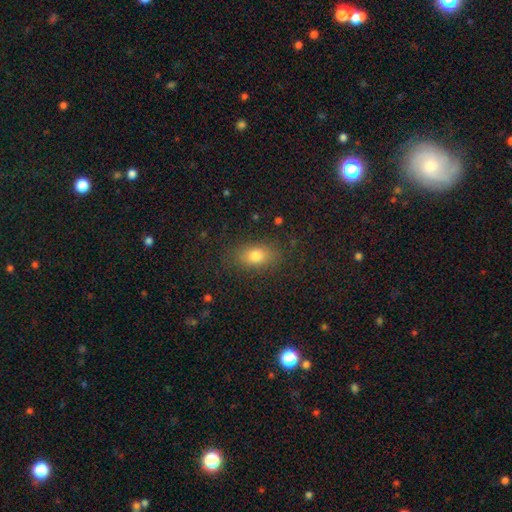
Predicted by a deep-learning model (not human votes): Morphology: type=smooth (79%); roundness=in between (82%); merging=none (83%).